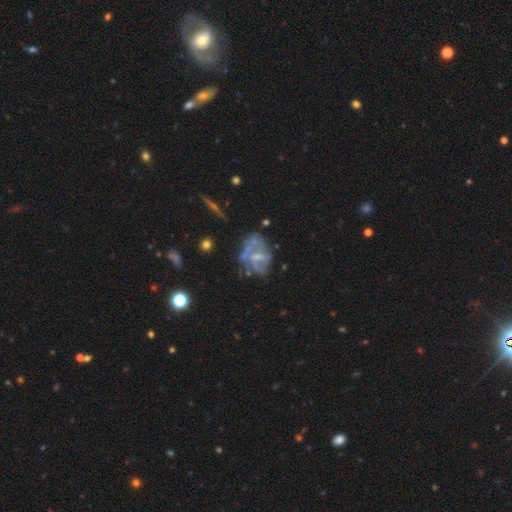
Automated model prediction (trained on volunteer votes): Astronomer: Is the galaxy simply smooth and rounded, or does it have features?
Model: featured or disk — 64%.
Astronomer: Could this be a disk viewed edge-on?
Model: no — 96%.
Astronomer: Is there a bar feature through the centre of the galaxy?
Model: no — 57% (runner-up: weak, 33%).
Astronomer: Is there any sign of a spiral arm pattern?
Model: no — 68%.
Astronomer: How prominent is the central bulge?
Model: small — 40% (runner-up: none, 30%).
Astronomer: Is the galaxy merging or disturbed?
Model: none — 42% (runner-up: major disturbance, 24%).